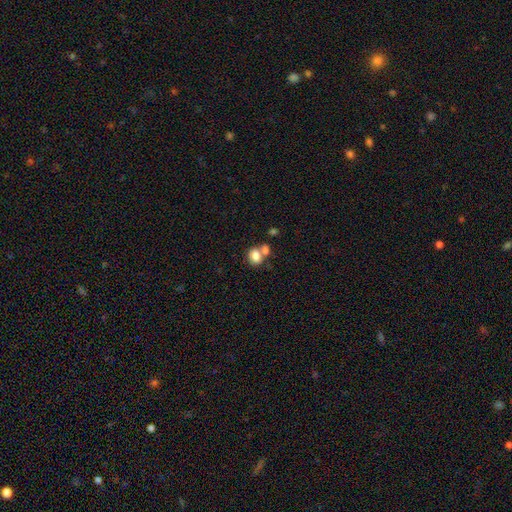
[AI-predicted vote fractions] Morphology: type=smooth (80%); roundness=in between (52%); merging=merger (46%).